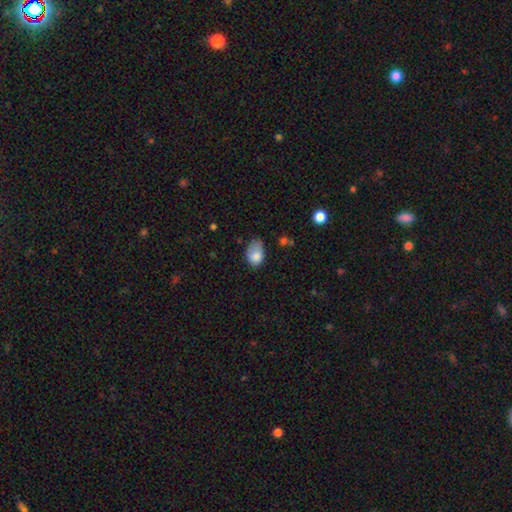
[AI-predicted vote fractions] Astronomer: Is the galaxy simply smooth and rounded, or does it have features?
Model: smooth — 81%.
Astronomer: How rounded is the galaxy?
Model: in between — 86%.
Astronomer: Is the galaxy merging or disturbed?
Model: minor disturbance — 43% (runner-up: none, 37%).